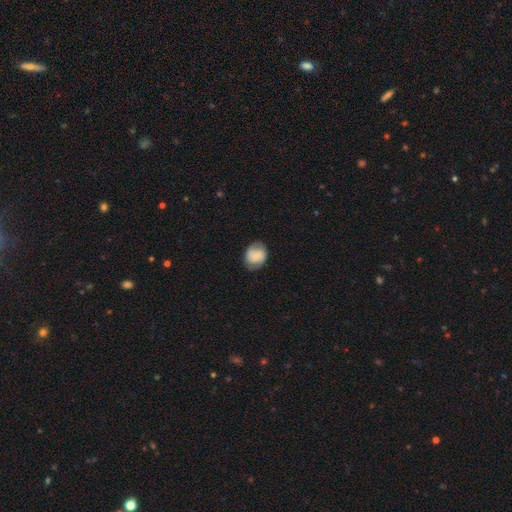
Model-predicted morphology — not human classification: smooth_or_featured: smooth (p=0.57) [alt: featured or disk p=0.35]
how_rounded: round (p=0.52) [alt: in between p=0.47]
merging: none (p=0.70) [alt: minor disturbance p=0.22]